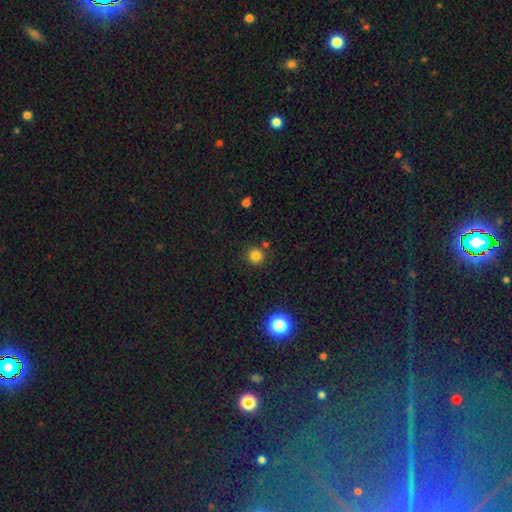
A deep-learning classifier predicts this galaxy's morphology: Overall: smooth (81%). How rounded: round (90%). Merging: none (83%).